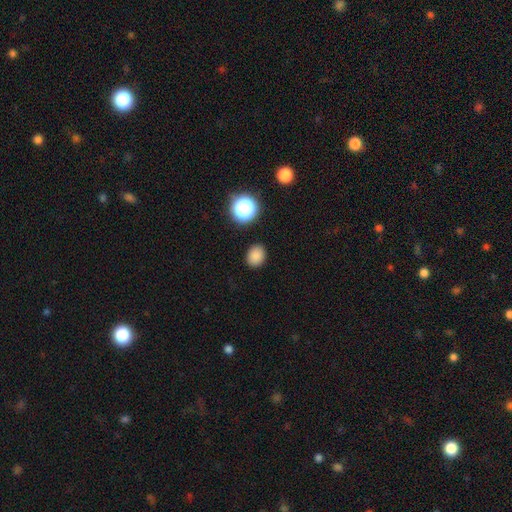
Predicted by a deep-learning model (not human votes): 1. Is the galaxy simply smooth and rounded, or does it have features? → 83% smooth, 13% star or artifact, 4% featured or disk.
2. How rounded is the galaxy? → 52% round, 47% in between, 1% cigar-shaped.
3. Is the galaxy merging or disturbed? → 87% none, 8% minor disturbance, 2% major disturbance, 2% merger.